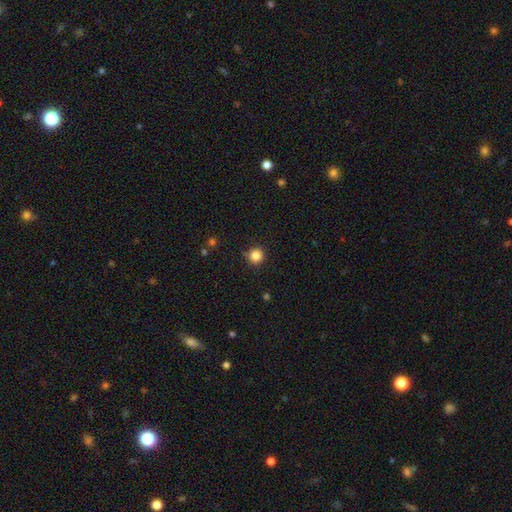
Smooth or featured? smooth (88%)
How rounded? round (94%)
Merging? none (81%)